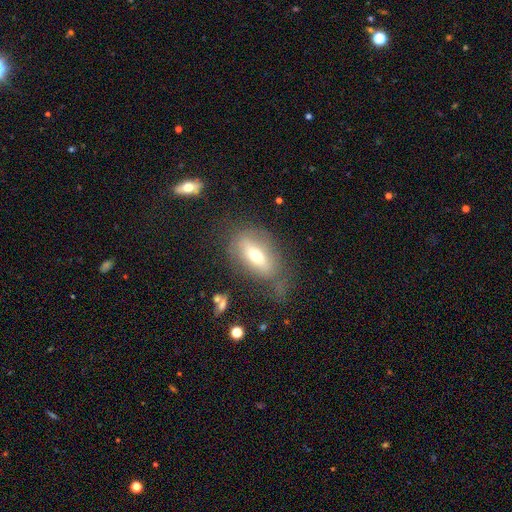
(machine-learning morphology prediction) This appears to be a smooth galaxy with no disk features (56%) that is in between round and cigar-shaped (82%). Merging: none (50%).